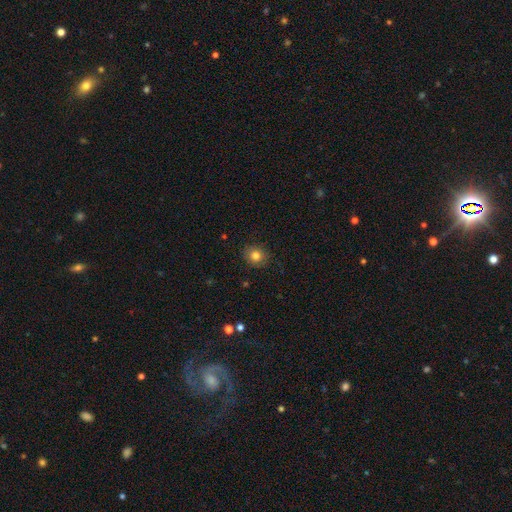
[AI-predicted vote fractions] Overall: smooth (81%). How rounded: round (78%). Merging: none (88%).